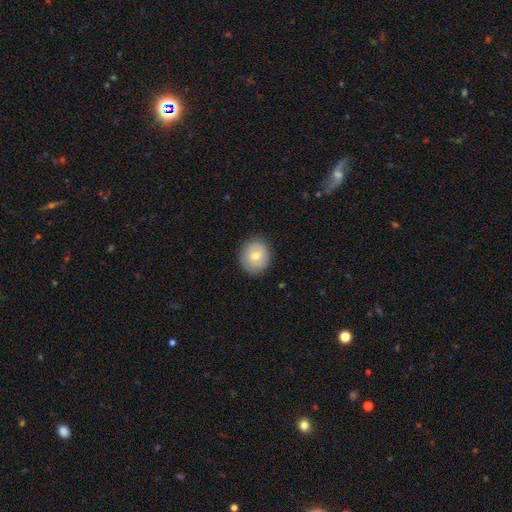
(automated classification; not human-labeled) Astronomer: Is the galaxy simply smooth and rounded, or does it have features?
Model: smooth — 68%.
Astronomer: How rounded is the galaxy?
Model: round — 88%.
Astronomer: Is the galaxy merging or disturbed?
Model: none — 86%.